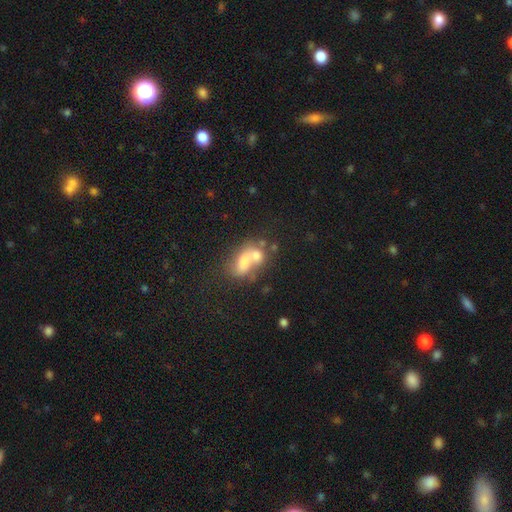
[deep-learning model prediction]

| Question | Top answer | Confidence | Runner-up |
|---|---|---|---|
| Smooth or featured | smooth | 61% | featured or disk (28%) |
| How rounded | in between | 76% | round (20%) |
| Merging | merger | 61% | none (19%) |